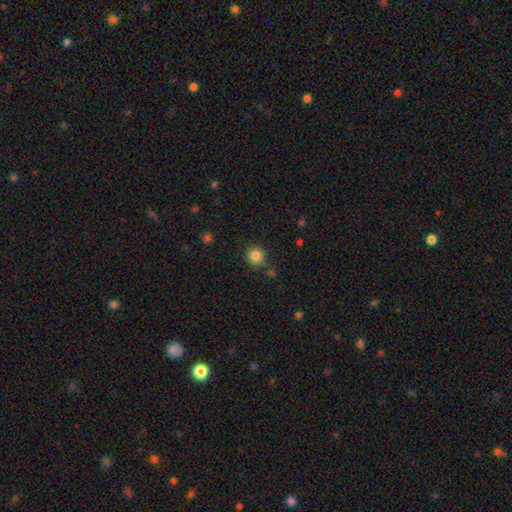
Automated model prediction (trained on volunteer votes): A smooth galaxy with no disk features (84%) that is round (91%). Merging: none (83%).